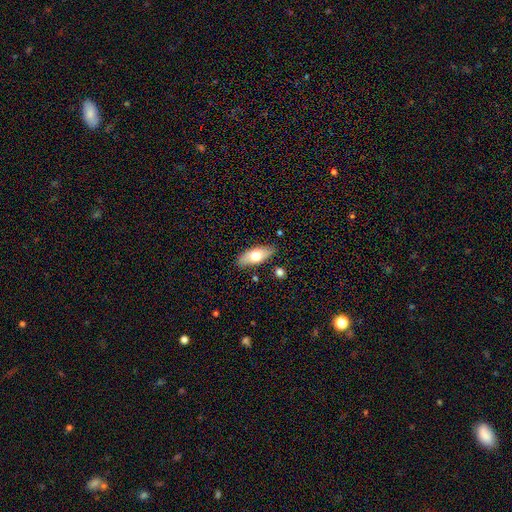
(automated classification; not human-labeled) smooth_or_featured: smooth (p=0.64) [alt: featured or disk p=0.30]
how_rounded: in between (p=0.83) [alt: cigar-shaped p=0.14]
merging: none (p=0.84) [alt: minor disturbance p=0.11]